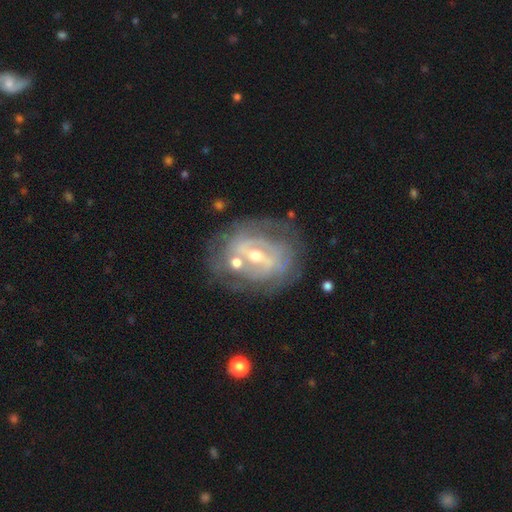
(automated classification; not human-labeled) The model was most divided on "spiral arm count": 2: 40%, can't tell: 39%, 3: 10%, 1: 4%, 4: 4%, more than 4: 3%. Remaining: edge-on disk — no (96%); smooth or featured — featured or disk (83%); spiral arms — yes (76%); merging — none (62%); spiral winding — tight (55%); bulge size — moderate (54%); bar — weak (42%).